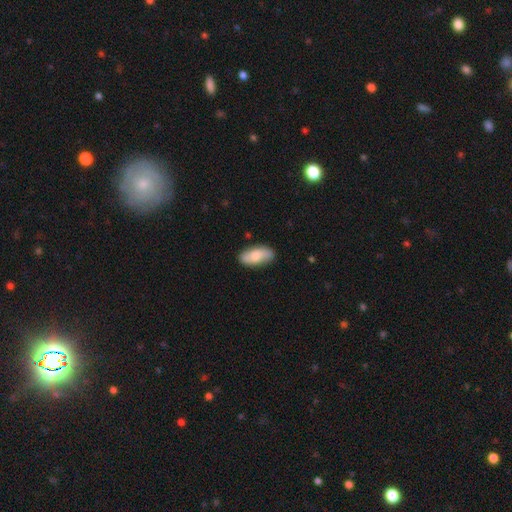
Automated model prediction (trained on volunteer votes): Overall: smooth (67%). How rounded: in between (90%). Merging: none (81%).